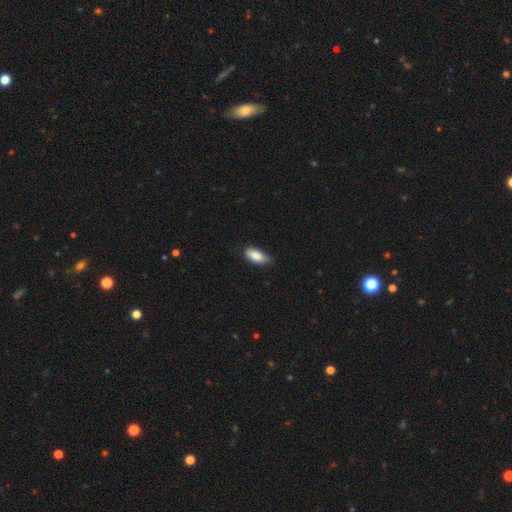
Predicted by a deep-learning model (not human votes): smooth 86%, featured or disk 8%, star or artifact 7%. Down the decision tree: how rounded — in between (87%); merging — none (73%).